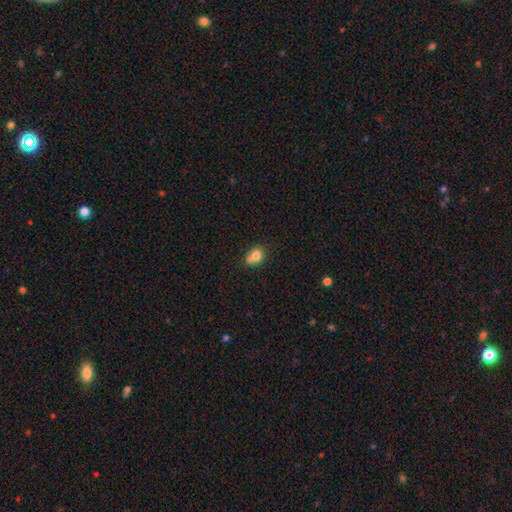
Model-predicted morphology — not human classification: Smooth or featured? smooth (79%)
How rounded? round (59%)
Merging? none (47%)